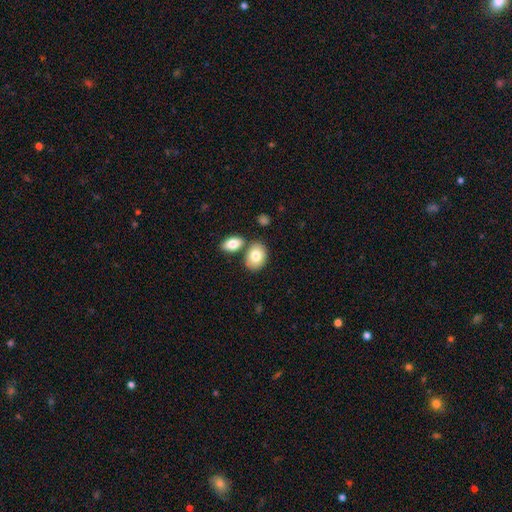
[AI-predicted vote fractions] A smooth galaxy with no disk features (80%) that is in between round and cigar-shaped (82%).

Vote fractions:
- Smooth or featured? smooth: 80% / featured or disk: 13% / star or artifact: 7%
- How rounded? in between: 82% / round: 17% / cigar-shaped: 1%
- Merging? none: 65% / merger: 22% / minor disturbance: 11% / major disturbance: 3%